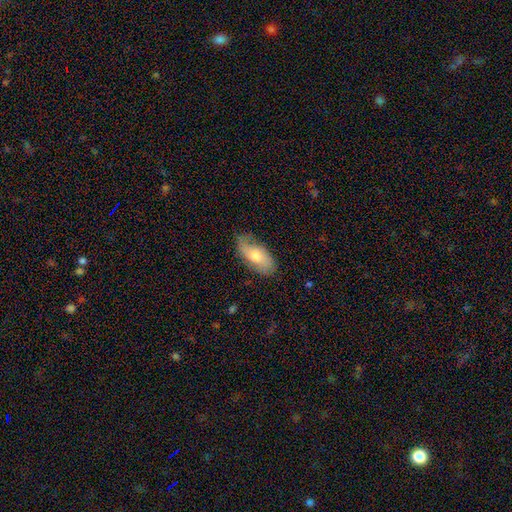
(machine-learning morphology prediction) smooth 60%, featured or disk 33%, star or artifact 6%. Down the decision tree: how rounded — in between (89%); merging — none (68%).